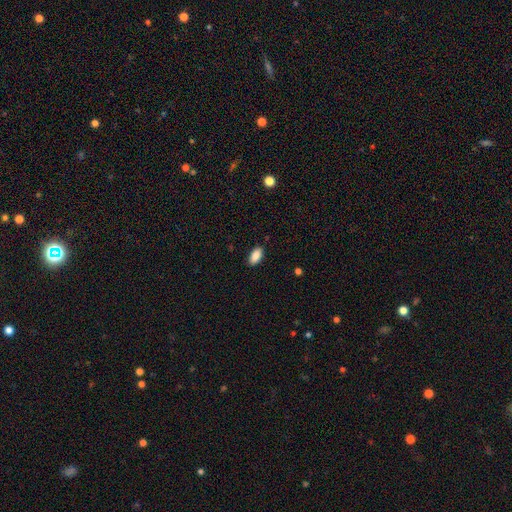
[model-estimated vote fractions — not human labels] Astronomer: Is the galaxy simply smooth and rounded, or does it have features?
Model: smooth — 88%.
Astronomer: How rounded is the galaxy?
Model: in between — 92%.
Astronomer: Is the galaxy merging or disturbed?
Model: none — 88%.